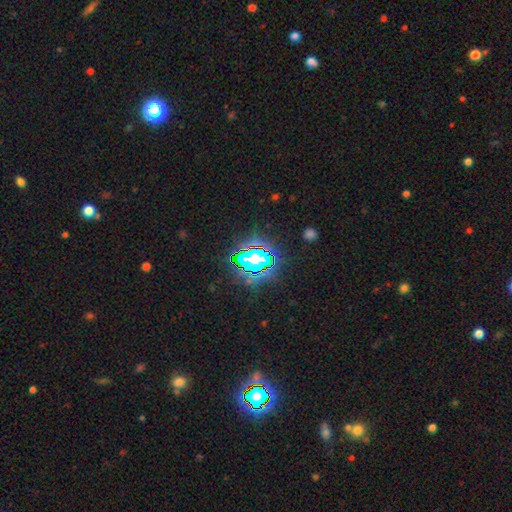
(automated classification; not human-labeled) The model was most divided on "smooth or featured": star or artifact: 79%, smooth: 13%, featured or disk: 8%.